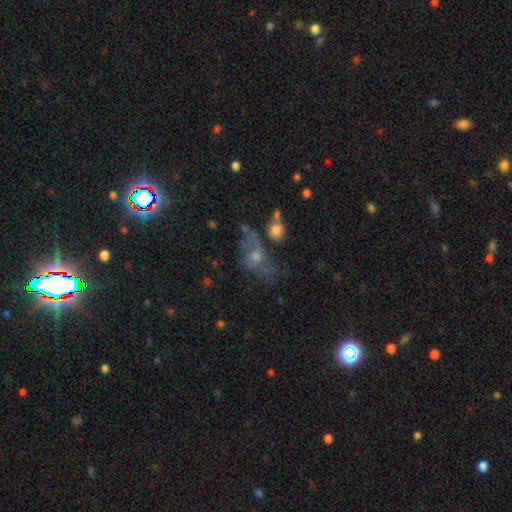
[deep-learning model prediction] Smooth or featured: featured or disk — 41% (smooth — 37%)
Merging: none — 36% (major disturbance — 29%)